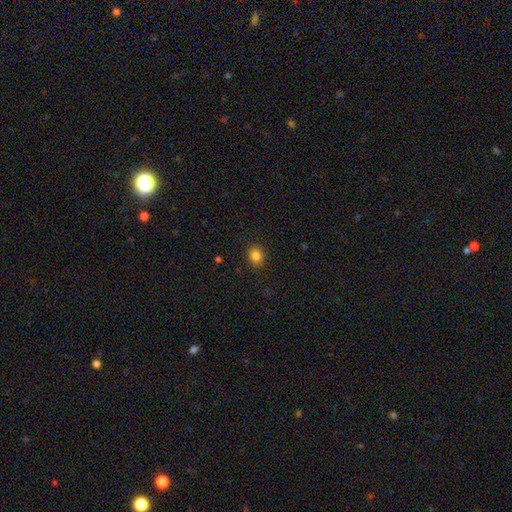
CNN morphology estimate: smooth_or_featured: smooth (p=0.83) [alt: star or artifact p=0.12]
how_rounded: round (p=0.74) [alt: in between p=0.25]
merging: none (p=0.90) [alt: minor disturbance p=0.07]